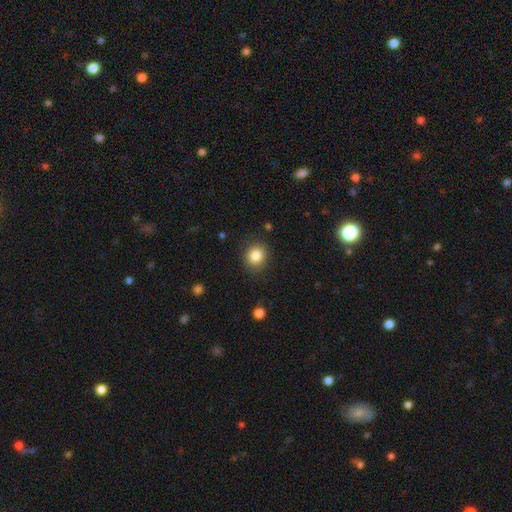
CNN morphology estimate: Smooth or featured?
  - smooth: 84% *
  - star or artifact: 10%
  - featured or disk: 6%
How rounded?
  - round: 81% *
  - in between: 18%
  - cigar-shaped: 1%
Merging?
  - none: 88% *
  - minor disturbance: 8%
  - major disturbance: 3%
  - merger: 1%